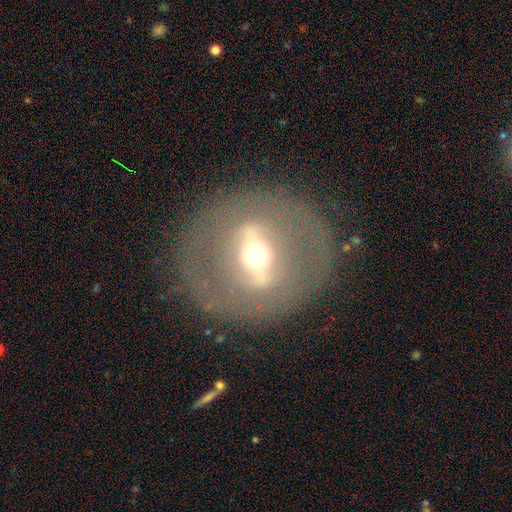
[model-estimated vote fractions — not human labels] Smooth or featured: featured or disk — 72% (smooth — 20%)
Edge-on disk: no — 74% (yes — 26%)
Bar: strong — 69% (weak — 21%)
Spiral arms: no — 86% (yes — 14%)
Bulge size: moderate — 59% (small — 30%)
Merging: none — 83% (minor disturbance — 9%)